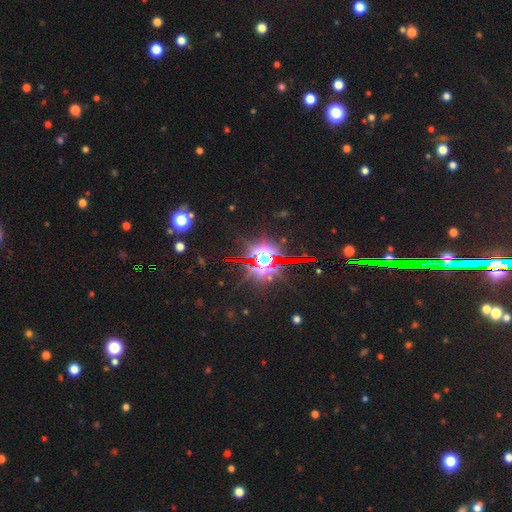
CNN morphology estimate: Smooth or featured? Predicted: star or artifact (p=0.81).